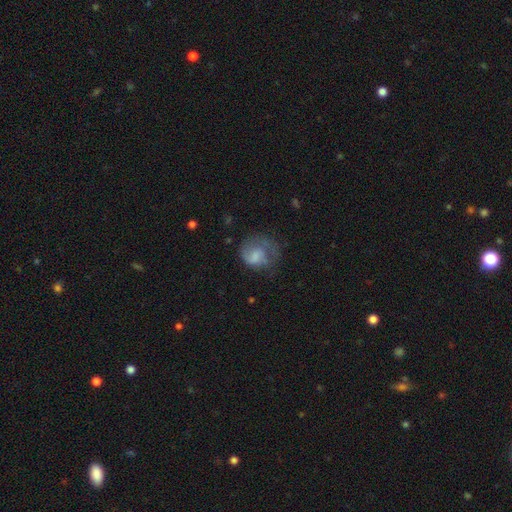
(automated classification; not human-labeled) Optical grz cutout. It shows a smooth galaxy with no disk features (52%) that is round (67%). Merging: none (41%).